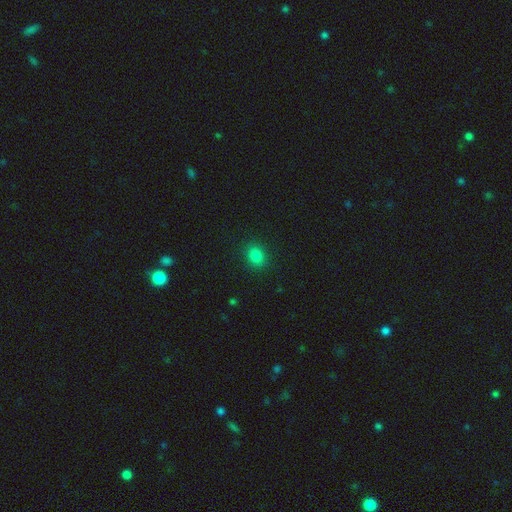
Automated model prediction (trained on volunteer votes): This is clearly a smooth galaxy (83%). How rounded: possibly round (55%). Merging: clearly none (89%).